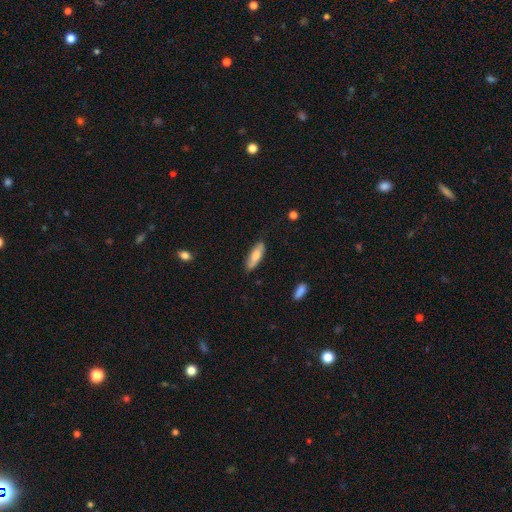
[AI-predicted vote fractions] Smooth or featured?
  - smooth: 73% *
  - featured or disk: 21%
  - star or artifact: 6%
How rounded?
  - in between: 54% *
  - cigar-shaped: 44%
  - round: 2%
Merging?
  - none: 82% *
  - minor disturbance: 14%
  - major disturbance: 2%
  - merger: 1%